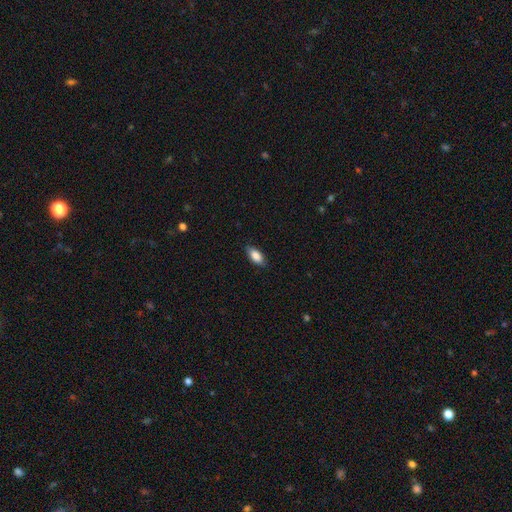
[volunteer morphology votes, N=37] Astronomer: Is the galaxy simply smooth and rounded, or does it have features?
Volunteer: smooth — 81%.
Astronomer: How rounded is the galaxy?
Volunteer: in between — 87%.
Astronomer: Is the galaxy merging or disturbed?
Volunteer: none — 86%.